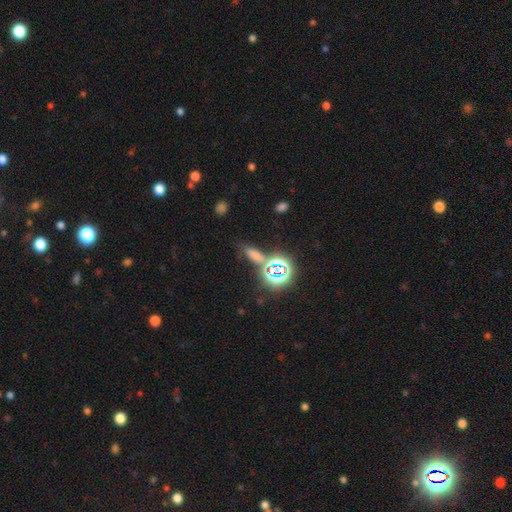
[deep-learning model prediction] A smooth galaxy with no disk features (50%) that is in between round and cigar-shaped (50%).

Vote fractions:
- Smooth or featured? smooth: 50% / star or artifact: 40% / featured or disk: 10%
- How rounded? in between: 50% / cigar-shaped: 38% / round: 12%
- Merging? none: 67% / minor disturbance: 14% / merger: 13% / major disturbance: 6%